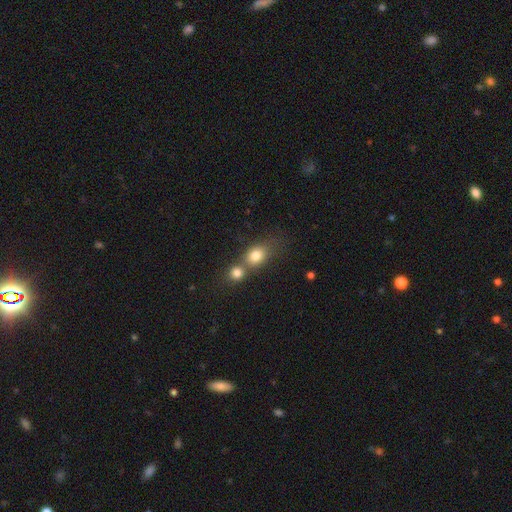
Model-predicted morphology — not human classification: Overall: smooth (79%). How rounded: round (51%; in between 47%). Merging: merger (58%; none 31%).